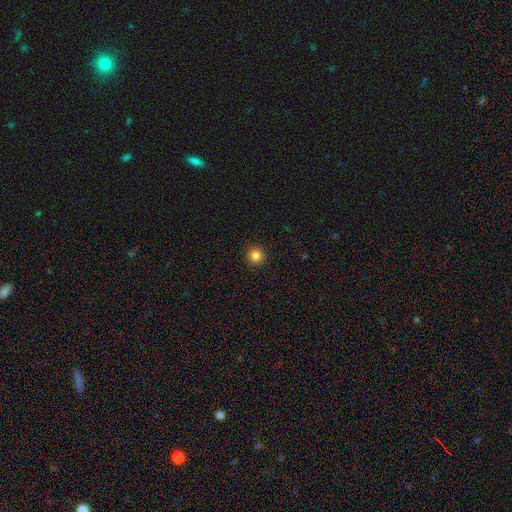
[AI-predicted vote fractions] smooth 83%, star or artifact 12%, featured or disk 4%. Down the decision tree: how rounded — round (95%); merging — none (93%).